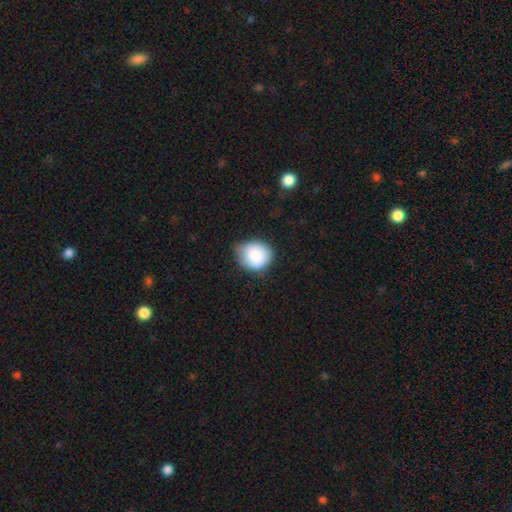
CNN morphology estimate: Q: Smooth or featured?
A: smooth (85%); runner-up: featured or disk (8%)
Q: How rounded?
A: round (76%); runner-up: in between (23%)
Q: Merging?
A: none (56%); runner-up: minor disturbance (36%)